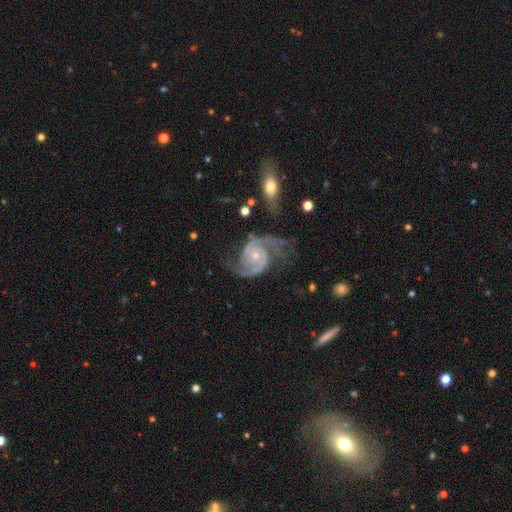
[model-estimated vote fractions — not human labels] A featured or disk galaxy (93%) with no bar (73%), 2 (90%) medium (55%) spiral arms (99%) and a small central bulge (66%).

Vote fractions:
- Smooth or featured? featured or disk: 93% / star or artifact: 4% / smooth: 3%
- Edge-on disk? no: 98% / yes: 2%
- Bar? no: 73% / weak: 21% / strong: 7%
- Spiral arms? yes: 99% / no: 1%
- Spiral winding? medium: 55% / tight: 30% / loose: 15%
- Spiral arm count? 2: 90% / 3: 4% / can't tell: 2% / 1: 1% / 4: 1% / more than 4: 1%
- Bulge size? small: 66% / moderate: 30% / none: 2% / large: 1% / dominant: 1%
- Merging? none: 66% / minor disturbance: 20% / major disturbance: 12% / merger: 3%